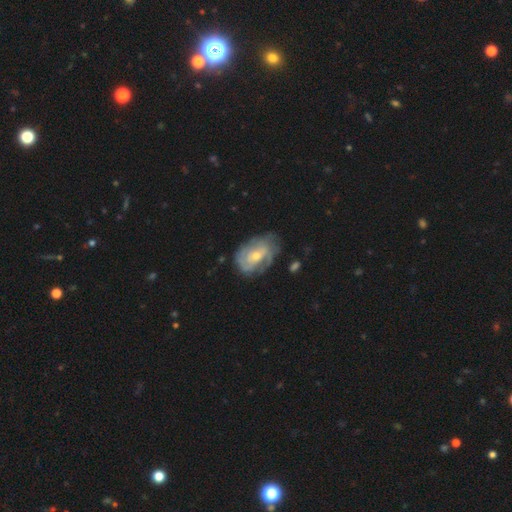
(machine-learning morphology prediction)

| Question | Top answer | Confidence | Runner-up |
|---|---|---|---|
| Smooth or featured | featured or disk | 75% | smooth (18%) |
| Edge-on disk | no | 96% | yes (4%) |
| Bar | no | 58% | weak (33%) |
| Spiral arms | yes | 86% | no (14%) |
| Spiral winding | tight | 58% | medium (30%) |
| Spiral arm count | can't tell | 42% | 2 (30%) |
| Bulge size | moderate | 50% | small (47%) |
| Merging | none | 63% | minor disturbance (25%) |